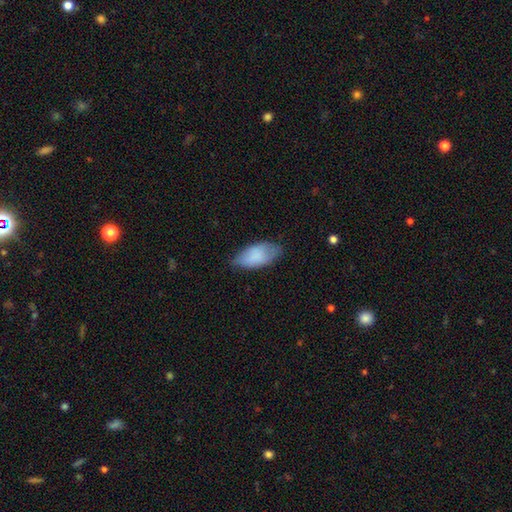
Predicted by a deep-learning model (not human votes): smooth-or-featured: smooth: 82% | featured or disk: 12% | star or artifact: 6%
  how-rounded: in between: 93% | cigar-shaped: 4% | round: 2%
  merging: none: 63% | minor disturbance: 29% | major disturbance: 6% | merger: 1%